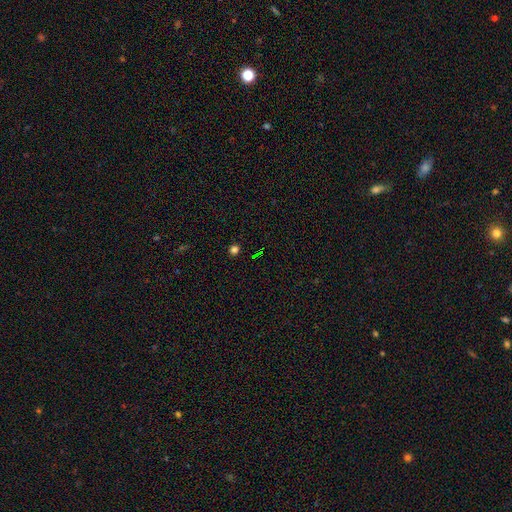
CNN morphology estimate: smooth-or-featured: star or artifact: 52% | smooth: 40% | featured or disk: 7%